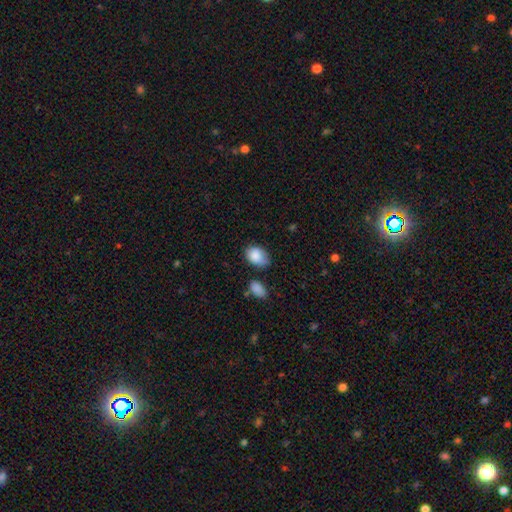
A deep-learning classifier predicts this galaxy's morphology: smooth 86%, star or artifact 8%, featured or disk 7%. Down the decision tree: how rounded — in between (74%); merging — none (53%).